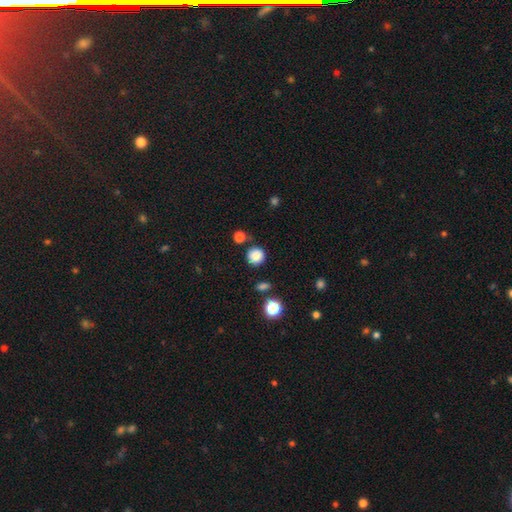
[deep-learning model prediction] The model was most divided on "merging": none: 80%, minor disturbance: 11%, merger: 5%, major disturbance: 4%. More confident: how rounded — round (92%); smooth or featured — smooth (85%).